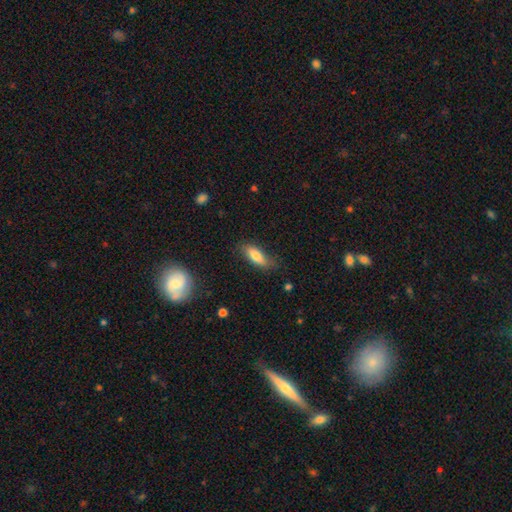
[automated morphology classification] The model was most divided on "how rounded": in between: 67%, cigar-shaped: 31%, round: 2%. More confident: smooth or featured — smooth (77%); merging — none (72%).